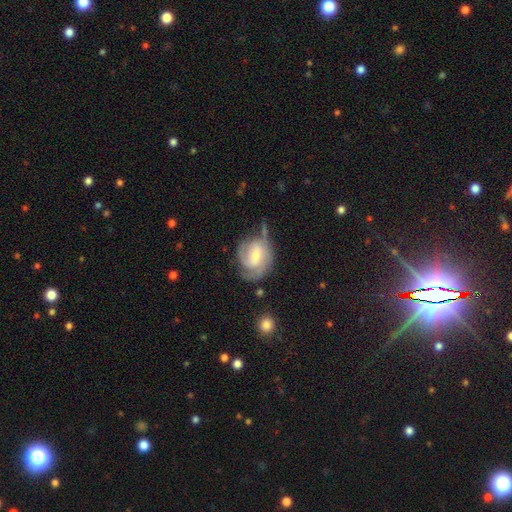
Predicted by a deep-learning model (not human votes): smooth-or-featured: featured or disk: 72% | smooth: 22% | star or artifact: 6%
  disk-edge-on: no: 97% | yes: 3%
    bar: weak: 53% | no: 32% | strong: 15%
    has-spiral-arms: yes: 90% | no: 10%
      spiral-winding: medium: 42% | tight: 41% | loose: 16%
      spiral-arm-count: 2: 52% | can't tell: 20% | 3: 13% | 1: 10% | 4: 3% | more than 4: 2%
    bulge-size: small: 48% | moderate: 44% | large: 4% | none: 3% | dominant: 1%
  merging: none: 48% | minor disturbance: 27% | major disturbance: 19% | merger: 6%